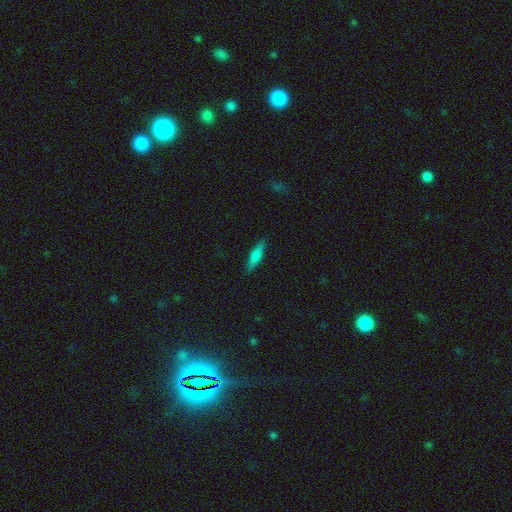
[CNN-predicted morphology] A smooth galaxy with no disk features (66%) that is cigar-shaped (70%). Merging: none (88%).